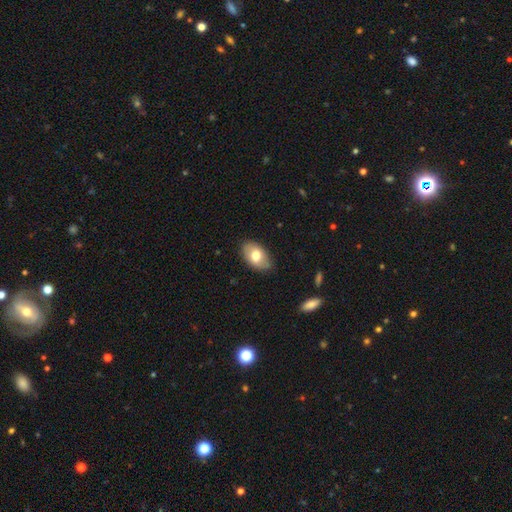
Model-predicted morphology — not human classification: Smooth or featured? Predicted: smooth (p=0.71). How rounded? Predicted: in between (p=0.91). Merging? Predicted: none (p=0.81).